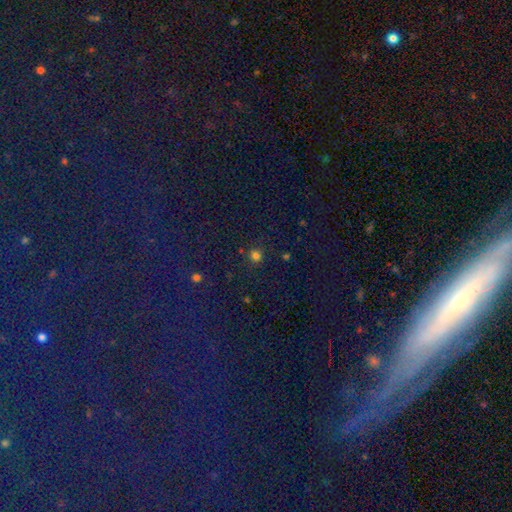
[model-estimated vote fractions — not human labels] Q: Smooth or featured?
A: smooth (76%); runner-up: star or artifact (20%)
Q: How rounded?
A: round (91%); runner-up: in between (8%)
Q: Merging?
A: none (86%); runner-up: minor disturbance (9%)